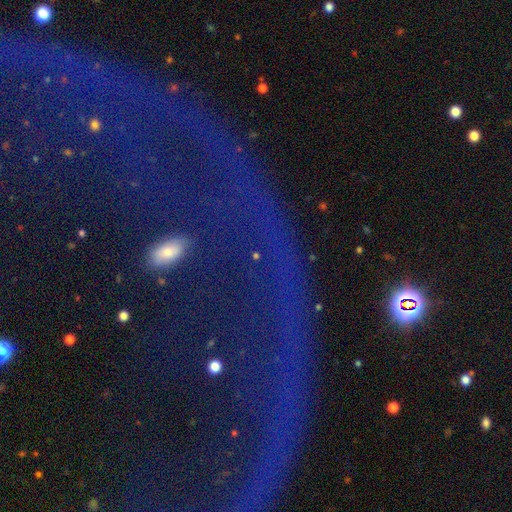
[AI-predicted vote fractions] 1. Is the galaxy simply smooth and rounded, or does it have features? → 45% star or artifact, 34% smooth, 21% featured or disk.